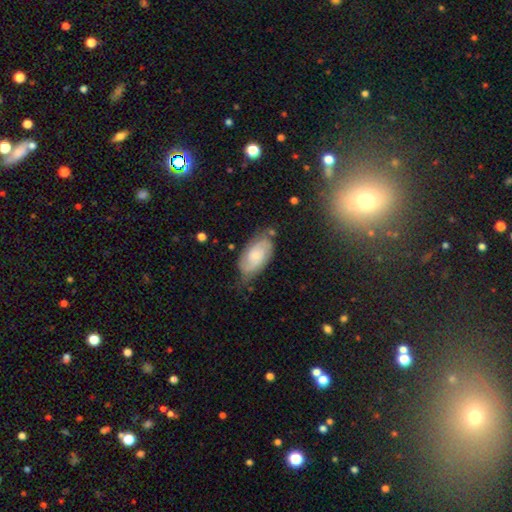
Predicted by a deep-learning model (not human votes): smooth-or-featured: featured or disk: 58% | smooth: 35% | star or artifact: 7%
  disk-edge-on: no: 94% | yes: 6%
    bar: no: 67% | weak: 28% | strong: 5%
    has-spiral-arms: yes: 89% | no: 11%
    bulge-size: small: 57% | moderate: 30% | none: 7% | large: 4% | dominant: 1%
  merging: none: 61% | minor disturbance: 28% | major disturbance: 8% | merger: 3%